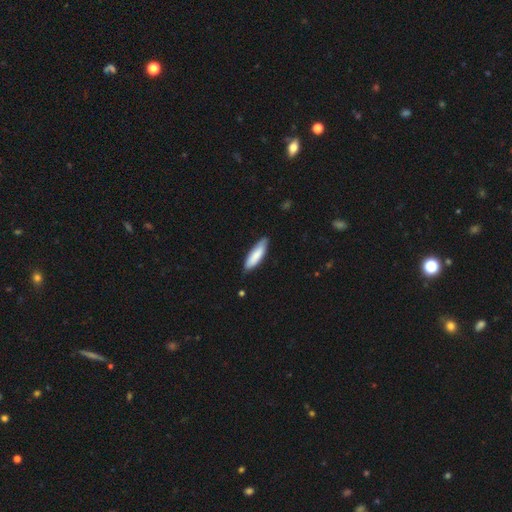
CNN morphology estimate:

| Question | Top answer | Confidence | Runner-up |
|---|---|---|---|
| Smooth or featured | smooth | 82% | featured or disk (13%) |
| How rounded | cigar-shaped | 57% | in between (42%) |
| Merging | none | 76% | minor disturbance (21%) |